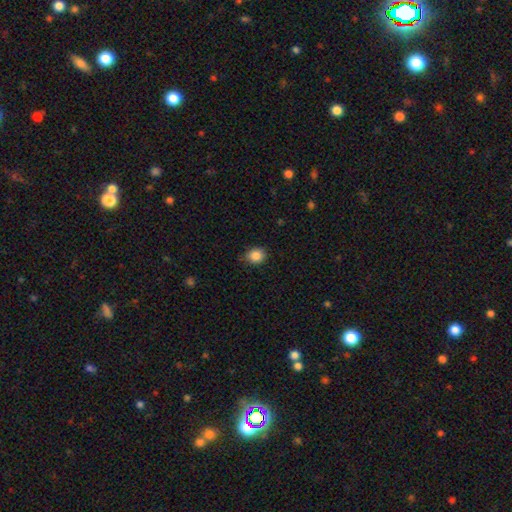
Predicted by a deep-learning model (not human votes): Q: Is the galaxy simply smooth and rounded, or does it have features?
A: smooth — 86%.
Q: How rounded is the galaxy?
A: round — 73%.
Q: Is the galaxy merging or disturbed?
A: none — 80%.